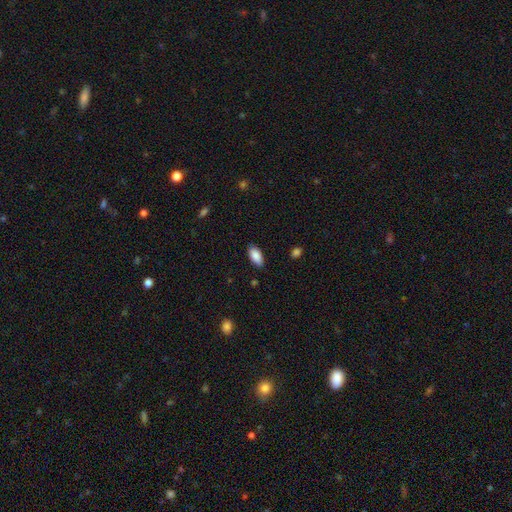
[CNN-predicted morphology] A smooth galaxy with no disk features (87%) that is in between round and cigar-shaped (91%). Merging: none (85%).